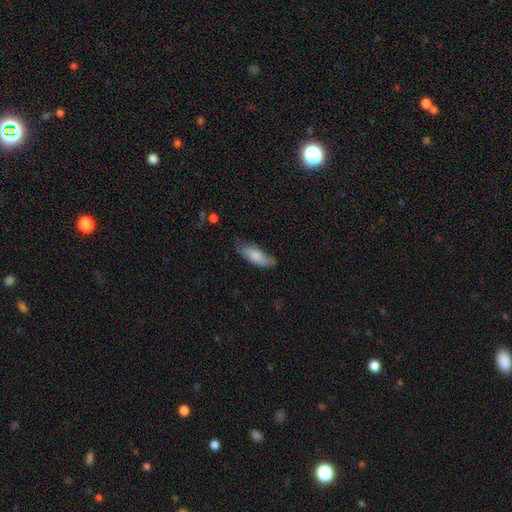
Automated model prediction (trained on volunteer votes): Q: Smooth or featured?
A: smooth (78%); runner-up: featured or disk (16%)
Q: How rounded?
A: in between (72%); runner-up: cigar-shaped (27%)
Q: Merging?
A: none (62%); runner-up: minor disturbance (30%)